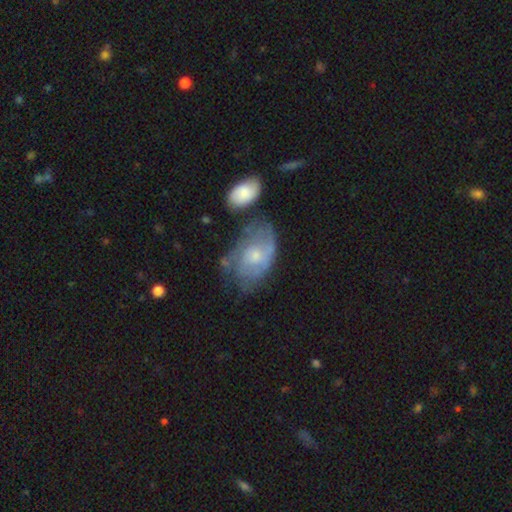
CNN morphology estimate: Smooth or featured: featured or disk — 63% (smooth — 30%)
Edge-on disk: no — 96% (yes — 4%)
Bar: no — 77% (weak — 20%)
Spiral arms: yes — 75% (no — 25%)
Bulge size: small — 62% (moderate — 32%)
Merging: none — 41% (minor disturbance — 28%)